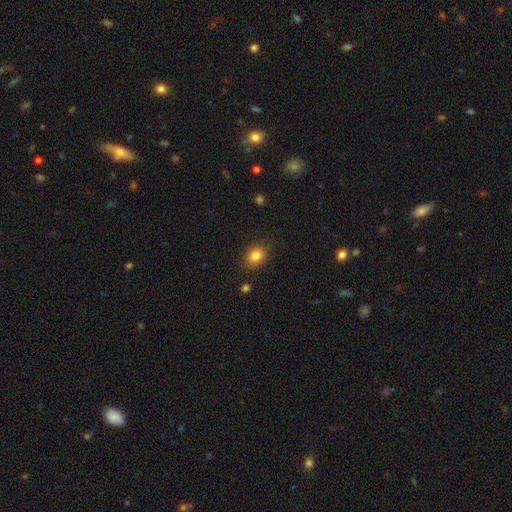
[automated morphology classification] A smooth galaxy with no disk features (83%) that is round (54%). Merging: none (86%).